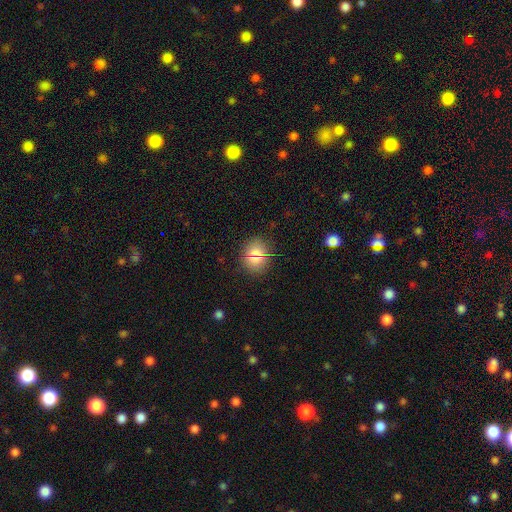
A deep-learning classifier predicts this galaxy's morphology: Smooth or featured? Predicted: smooth (p=0.72). How rounded? Predicted: round (p=0.73). Merging? Predicted: none (p=0.86).